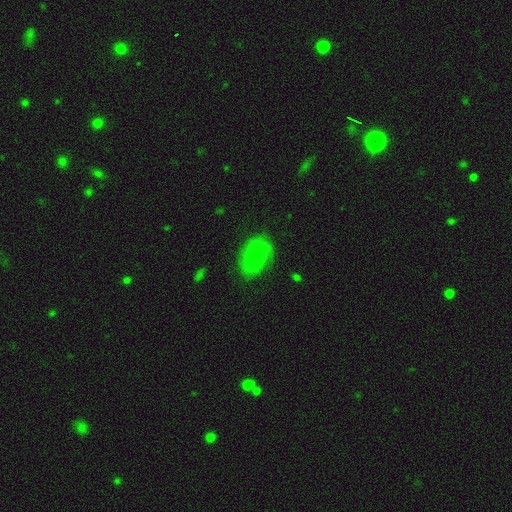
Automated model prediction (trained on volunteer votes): This is possibly a smooth galaxy (58%). How rounded: likely in between (75%). Merging: likely none (73%).